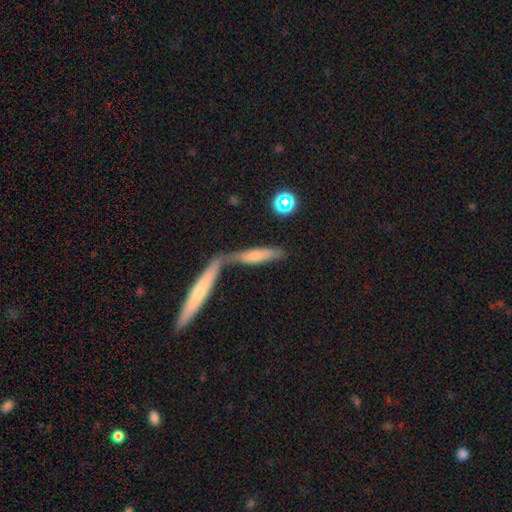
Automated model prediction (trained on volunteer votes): Q: Smooth or featured?
A: smooth (59%); runner-up: featured or disk (33%)
Q: How rounded?
A: cigar-shaped (77%); runner-up: in between (20%)
Q: Merging?
A: merger (44%); runner-up: none (40%)